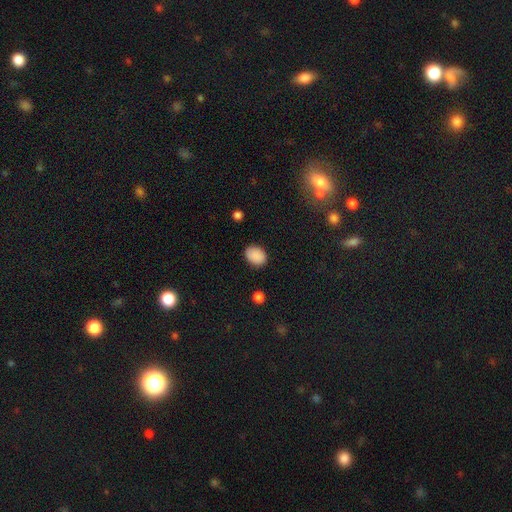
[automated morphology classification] Smooth or featured? Predicted: smooth (p=0.89). How rounded? Predicted: in between (p=0.71). Merging? Predicted: none (p=0.85).